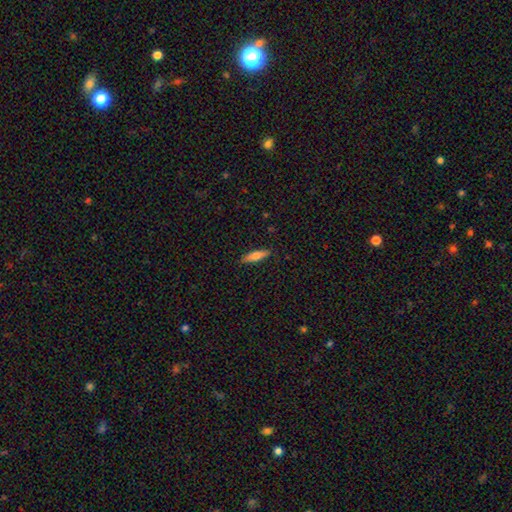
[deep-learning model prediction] Smooth or featured: smooth — 75% (featured or disk — 18%)
How rounded: cigar-shaped — 62% (in between — 36%)
Merging: none — 87% (minor disturbance — 10%)